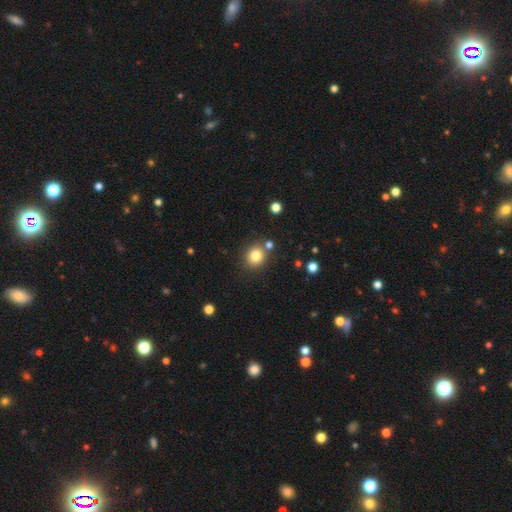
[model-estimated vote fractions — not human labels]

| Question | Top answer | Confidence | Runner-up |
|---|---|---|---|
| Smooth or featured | smooth | 81% | star or artifact (12%) |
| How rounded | round | 78% | in between (21%) |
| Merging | none | 79% | merger (9%) |